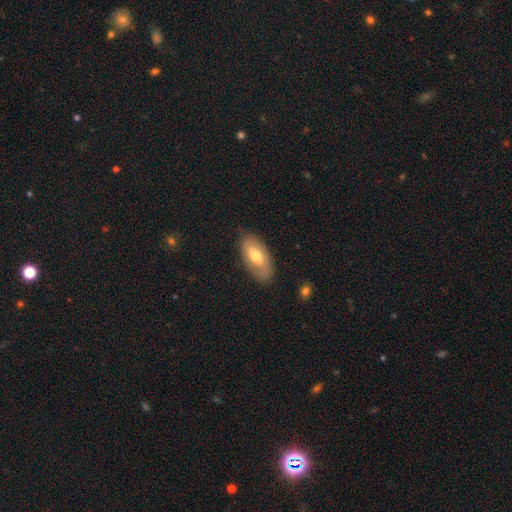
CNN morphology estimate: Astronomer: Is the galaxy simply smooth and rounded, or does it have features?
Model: smooth — 57% (runner-up: featured or disk, 37%).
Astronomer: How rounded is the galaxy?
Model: in between — 91%.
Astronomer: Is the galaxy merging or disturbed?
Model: none — 77%.